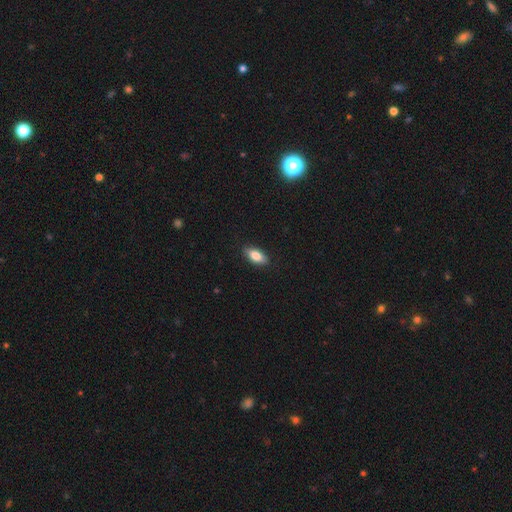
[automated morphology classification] Q: Smooth or featured?
A: smooth (83%); runner-up: featured or disk (10%)
Q: How rounded?
A: in between (88%); runner-up: cigar-shaped (9%)
Q: Merging?
A: none (88%); runner-up: minor disturbance (9%)